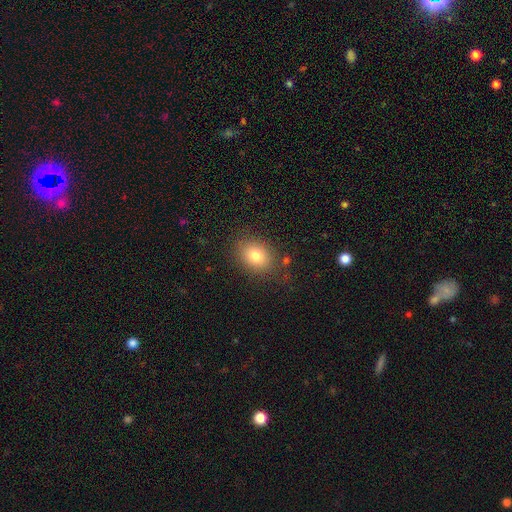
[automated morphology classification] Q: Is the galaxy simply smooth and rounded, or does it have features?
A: smooth — 79%.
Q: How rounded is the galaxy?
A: in between — 61%.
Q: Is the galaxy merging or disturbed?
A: none — 80%.